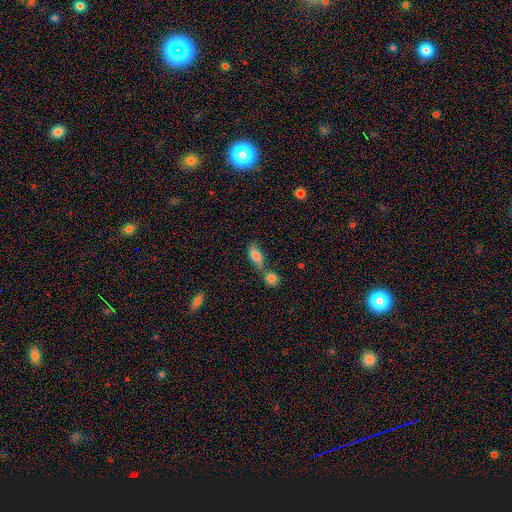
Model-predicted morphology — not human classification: type=smooth (73%); roundness=in between (79%); merging=none (42%).